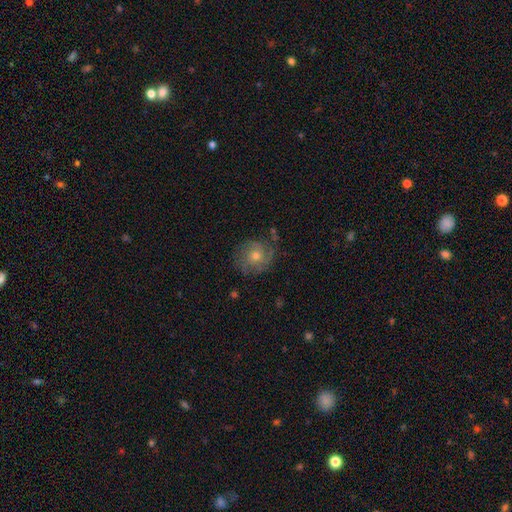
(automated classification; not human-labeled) A featured or disk galaxy (61%) with no bar (80%), tight (53%) spiral arms (86%) and a moderate central bulge (66%).

Vote fractions:
- Smooth or featured? featured or disk: 61% / smooth: 28% / star or artifact: 11%
- Edge-on disk? no: 97% / yes: 3%
- Bar? no: 80% / weak: 17% / strong: 3%
- Spiral arms? yes: 86% / no: 14%
- Spiral winding? tight: 53% / medium: 34% / loose: 13%
- Spiral arm count? can't tell: 35% / 2: 27% / 3: 20% / 1: 7% / 4: 6% / more than 4: 5%
- Bulge size? moderate: 66% / small: 28% / large: 4% / none: 2% / dominant: 1%
- Merging? none: 73% / minor disturbance: 18% / major disturbance: 8% / merger: 2%